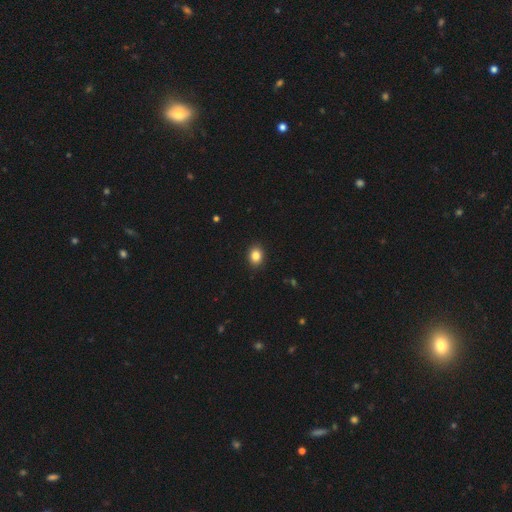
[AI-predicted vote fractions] smooth_or_featured: smooth (p=0.85) [alt: star or artifact p=0.10]
how_rounded: in between (p=0.53) [alt: round p=0.46]
merging: none (p=0.91) [alt: minor disturbance p=0.06]